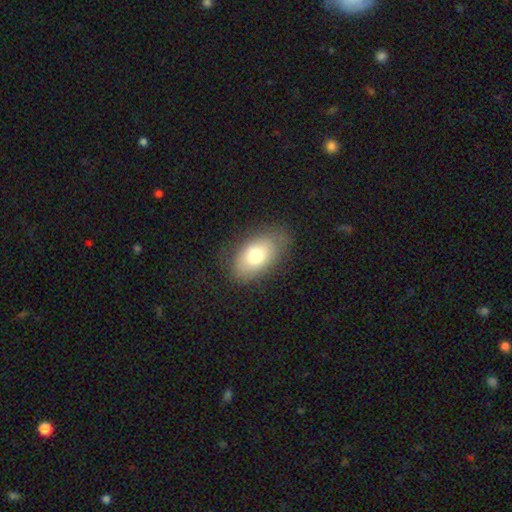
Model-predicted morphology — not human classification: Smooth or featured? Predicted: smooth (p=0.74). How rounded? Predicted: in between (p=0.91). Merging? Predicted: none (p=0.74).